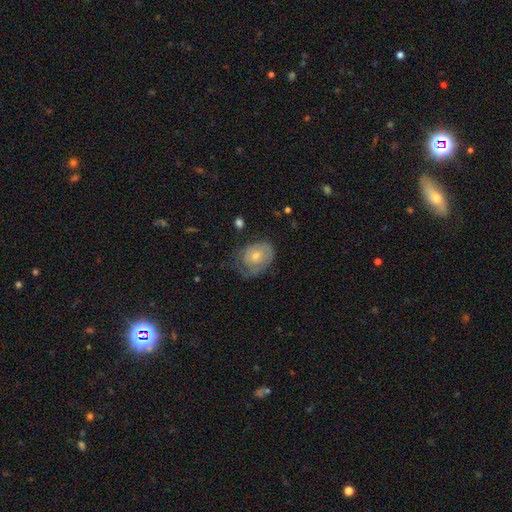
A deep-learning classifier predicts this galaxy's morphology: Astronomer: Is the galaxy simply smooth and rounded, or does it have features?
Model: featured or disk — 52% (runner-up: smooth, 39%).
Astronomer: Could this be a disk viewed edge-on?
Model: no — 96%.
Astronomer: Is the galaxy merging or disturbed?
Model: none — 54%.